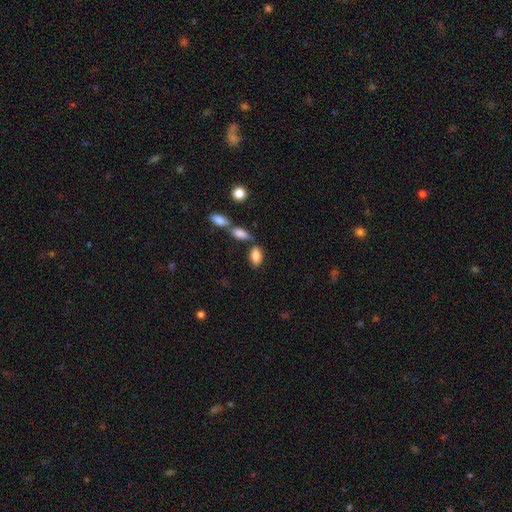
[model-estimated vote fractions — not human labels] Overall: smooth (85%). How rounded: in between (91%). Merging: none (65%).